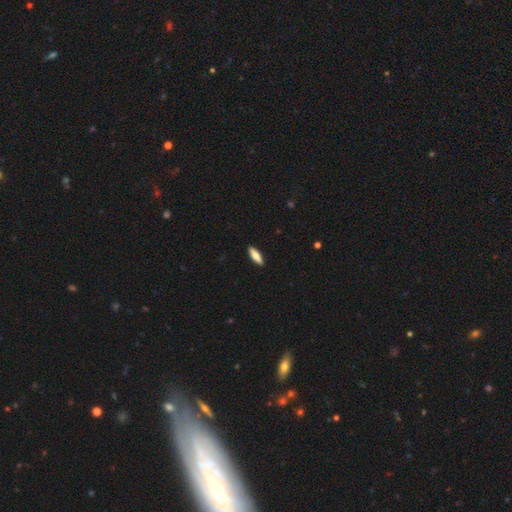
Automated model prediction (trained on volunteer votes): Smooth or featured? smooth (73%)
How rounded? cigar-shaped (55%)
Merging? none (91%)